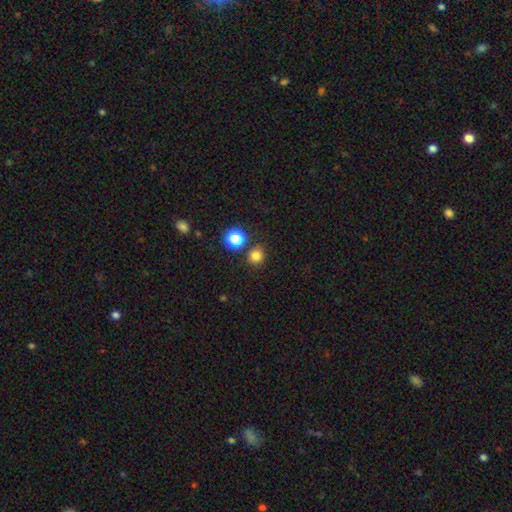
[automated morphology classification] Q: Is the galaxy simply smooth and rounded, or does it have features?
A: smooth — 79%.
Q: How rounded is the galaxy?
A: round — 91%.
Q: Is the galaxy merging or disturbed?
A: none — 84%.